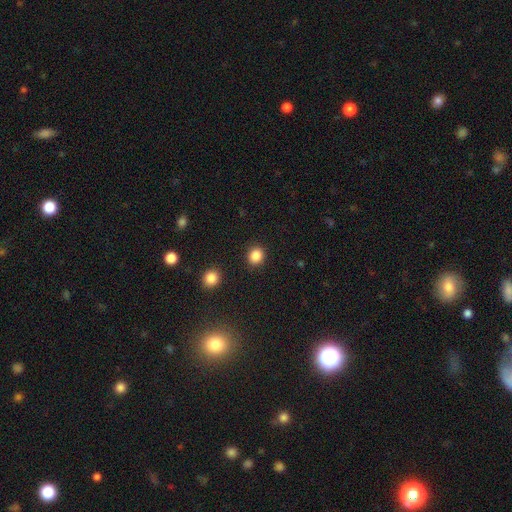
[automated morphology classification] Overall: smooth (87%). How rounded: round (76%). Merging: none (89%).